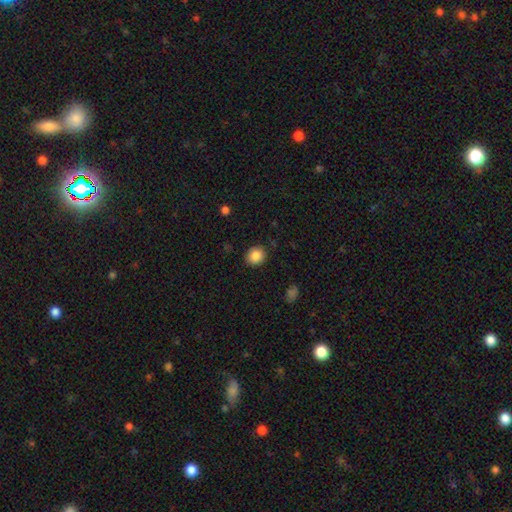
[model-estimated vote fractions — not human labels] Smooth or featured?
  - smooth: 87% *
  - star or artifact: 9%
  - featured or disk: 4%
How rounded?
  - round: 78% *
  - in between: 21%
  - cigar-shaped: 1%
Merging?
  - none: 89% *
  - minor disturbance: 8%
  - major disturbance: 2%
  - merger: 1%